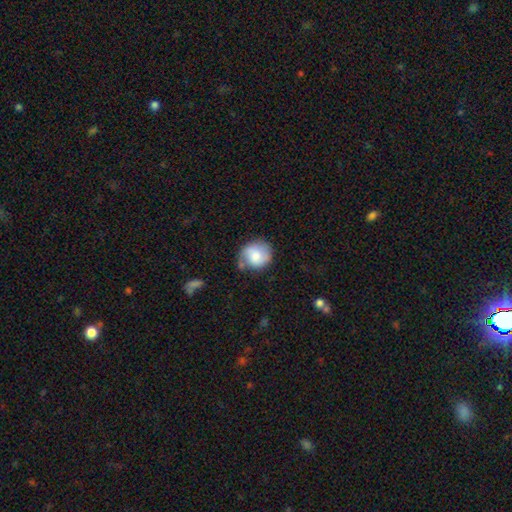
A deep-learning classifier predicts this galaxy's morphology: Smooth or featured?
  - smooth: 63% *
  - featured or disk: 29%
  - star or artifact: 8%
How rounded?
  - round: 83% *
  - in between: 16%
  - cigar-shaped: 1%
Merging?
  - none: 59% *
  - minor disturbance: 26%
  - major disturbance: 9%
  - merger: 6%